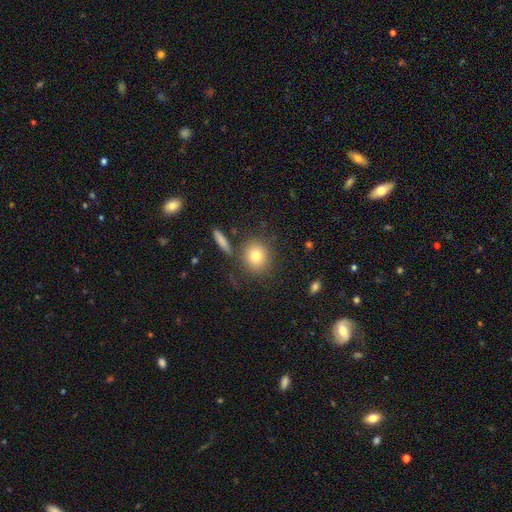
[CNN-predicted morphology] A smooth galaxy with no disk features (78%) that is round (84%). Merging: none (79%).